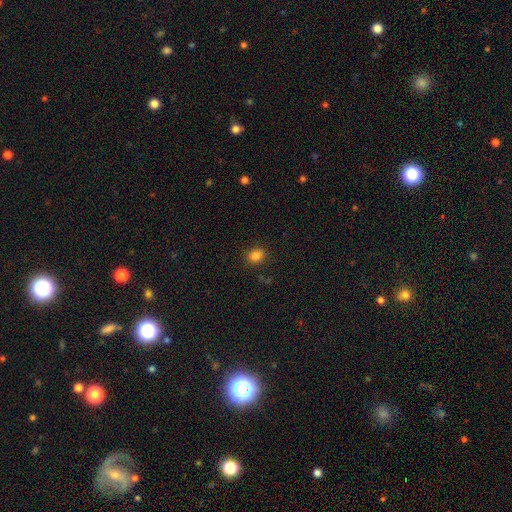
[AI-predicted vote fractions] Smooth or featured?
  - smooth: 83% *
  - star or artifact: 13%
  - featured or disk: 4%
How rounded?
  - round: 64% *
  - in between: 35%
  - cigar-shaped: 1%
Merging?
  - none: 88% *
  - minor disturbance: 8%
  - major disturbance: 3%
  - merger: 1%